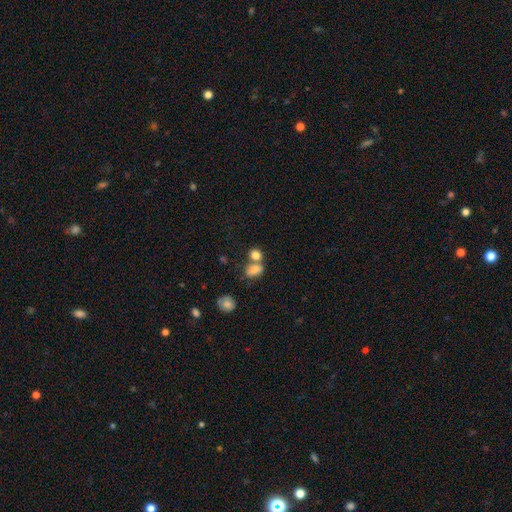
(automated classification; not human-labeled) smooth 81%, star or artifact 11%, featured or disk 9%. Down the decision tree: how rounded — in between (56%); merging — merger (50%).